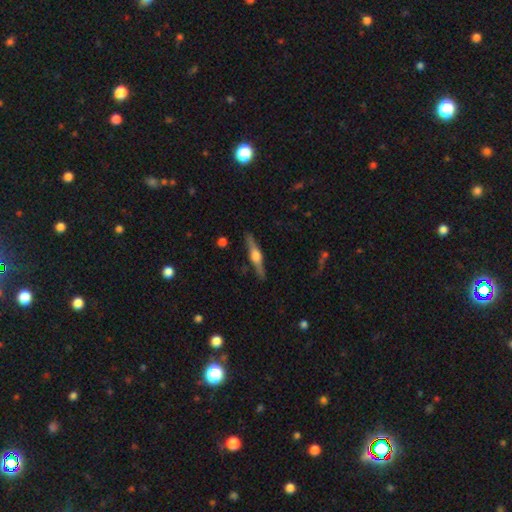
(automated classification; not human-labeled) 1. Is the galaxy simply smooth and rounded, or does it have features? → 77% featured or disk, 18% smooth, 6% star or artifact.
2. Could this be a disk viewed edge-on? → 98% yes, 2% no.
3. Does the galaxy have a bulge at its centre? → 91% rounded, 7% boxy, 2% none.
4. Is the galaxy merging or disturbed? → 89% none, 8% minor disturbance, 2% major disturbance, 1% merger.